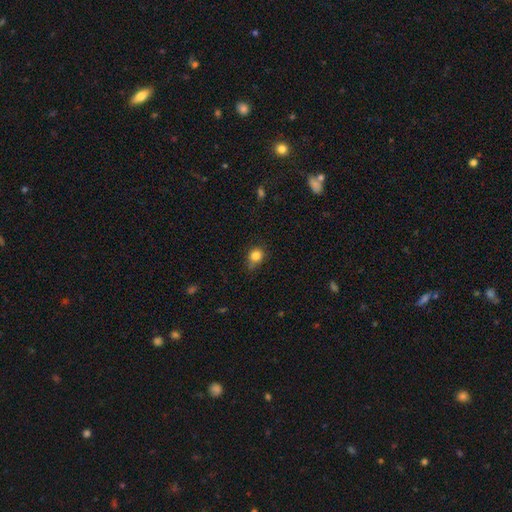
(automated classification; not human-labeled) The model was most divided on "merging": none: 65%, minor disturbance: 26%, major disturbance: 5%, merger: 3%. More confident: smooth or featured — smooth (83%); how rounded — round (78%).